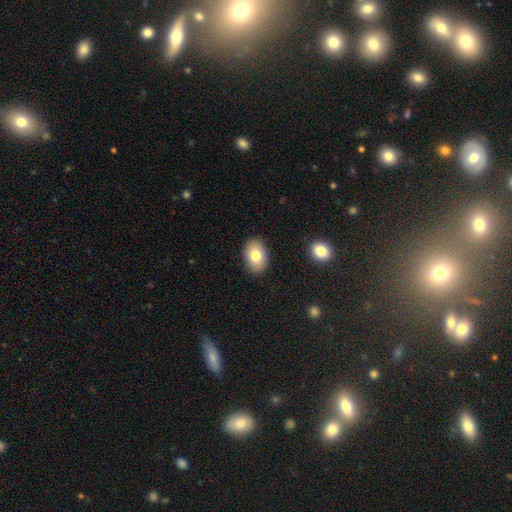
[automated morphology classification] Overall: smooth (78%). How rounded: in between (84%). Merging: none (88%).